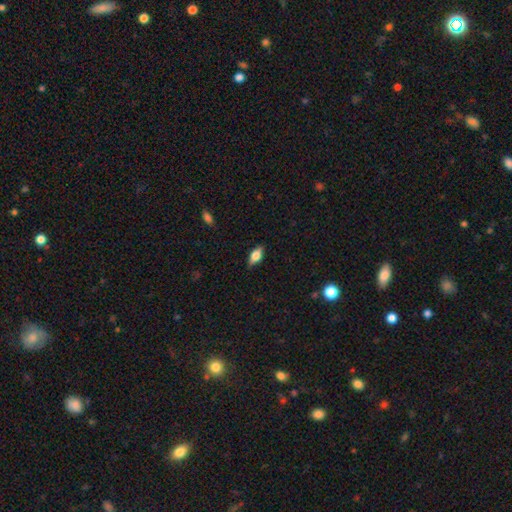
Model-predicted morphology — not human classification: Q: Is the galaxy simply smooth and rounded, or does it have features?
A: smooth — 59%.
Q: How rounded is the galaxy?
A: in between — 82%.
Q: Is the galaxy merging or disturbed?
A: none — 83%.